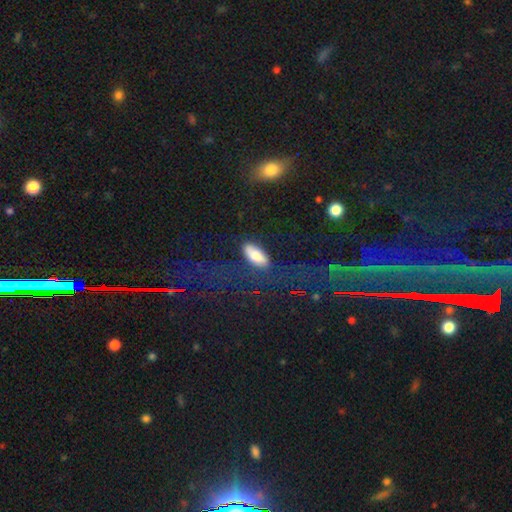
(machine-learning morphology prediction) Q: Smooth or featured?
A: smooth (78%); runner-up: featured or disk (13%)
Q: How rounded?
A: in between (80%); runner-up: cigar-shaped (17%)
Q: Merging?
A: none (65%); runner-up: minor disturbance (20%)